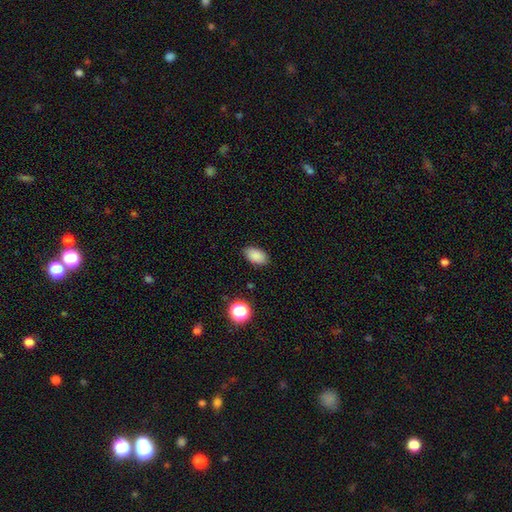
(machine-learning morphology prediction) Smooth or featured? Predicted: smooth (p=0.86). How rounded? Predicted: in between (p=0.91). Merging? Predicted: none (p=0.86).